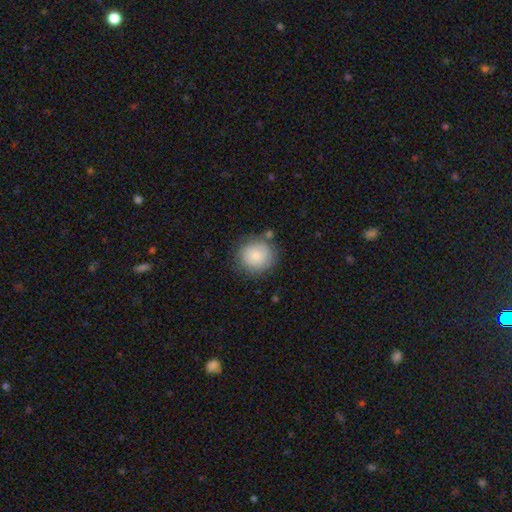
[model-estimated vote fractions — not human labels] Smooth or featured: smooth — 84% (featured or disk — 9%)
How rounded: round — 89% (in between — 10%)
Merging: none — 78% (minor disturbance — 13%)